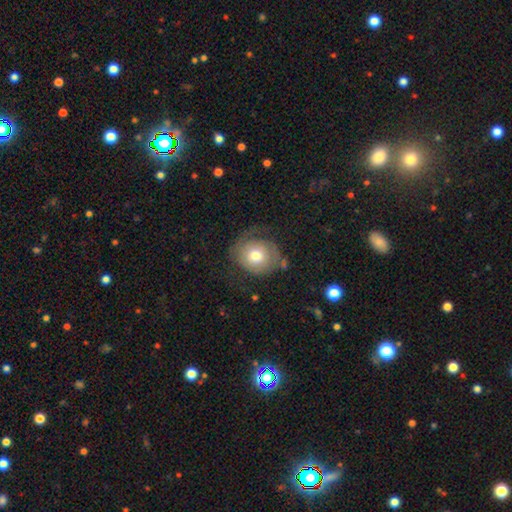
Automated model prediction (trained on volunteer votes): A smooth galaxy with no disk features (57%) that is round (73%).

Vote fractions:
- Smooth or featured? smooth: 57% / featured or disk: 36% / star or artifact: 7%
- How rounded? round: 73% / in between: 26% / cigar-shaped: 1%
- Merging? none: 51% / minor disturbance: 26% / major disturbance: 20% / merger: 3%